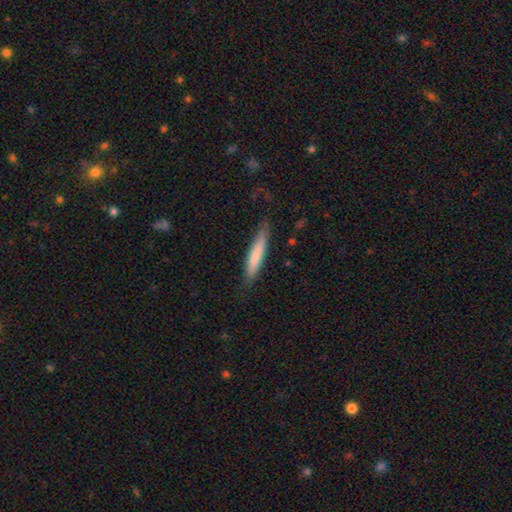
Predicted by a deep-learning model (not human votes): Smooth or featured?
  - smooth: 74% *
  - featured or disk: 21%
  - star or artifact: 5%
How rounded?
  - cigar-shaped: 90% *
  - in between: 9%
  - round: 1%
Merging?
  - none: 77% *
  - minor disturbance: 18%
  - major disturbance: 3%
  - merger: 1%